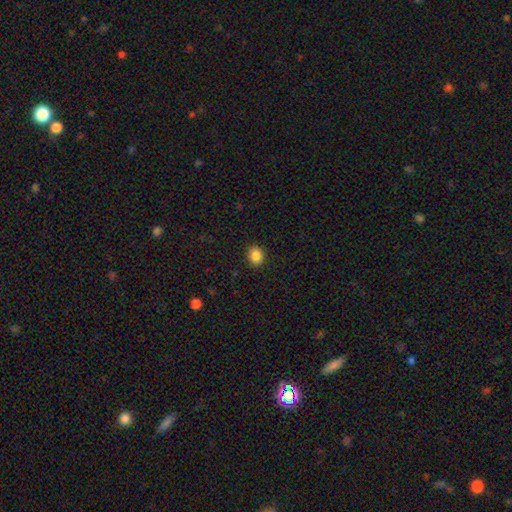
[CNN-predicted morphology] smooth 87%, star or artifact 10%, featured or disk 3%. Down the decision tree: how rounded — round (60%); merging — none (90%).